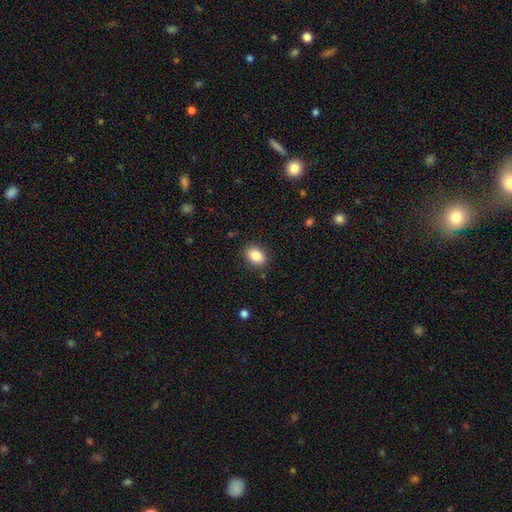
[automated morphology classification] A smooth galaxy with no disk features (86%) that is in between round and cigar-shaped (83%). Merging: none (87%).